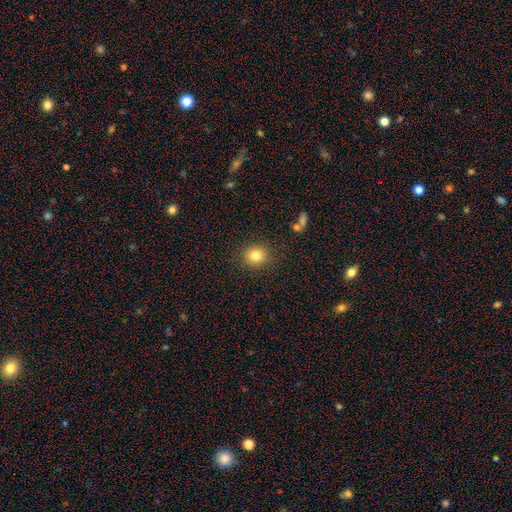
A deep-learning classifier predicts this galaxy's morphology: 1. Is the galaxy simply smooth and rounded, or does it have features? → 83% smooth, 11% star or artifact, 7% featured or disk.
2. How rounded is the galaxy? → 83% round, 16% in between, 1% cigar-shaped.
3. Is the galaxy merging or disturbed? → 87% none, 8% minor disturbance, 3% major disturbance, 2% merger.